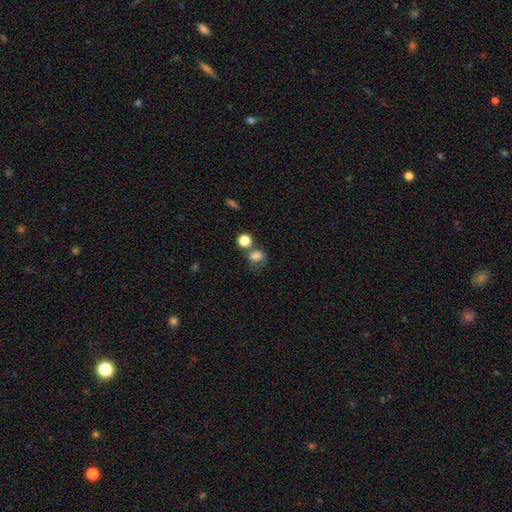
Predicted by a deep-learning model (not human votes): A smooth galaxy with no disk features (77%) that is round (52%). Merging: none (44%).